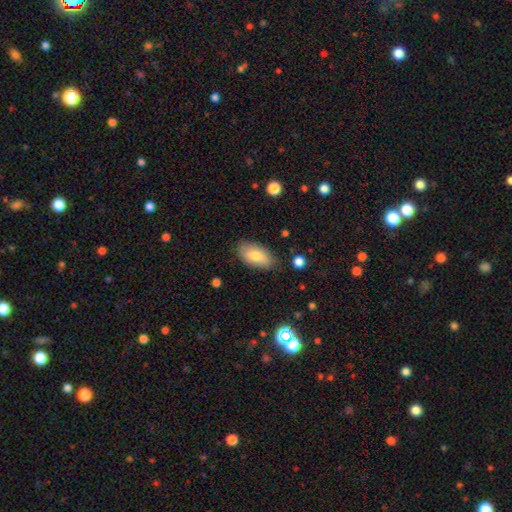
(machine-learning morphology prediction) Smooth or featured?
  - smooth: 77% *
  - featured or disk: 16%
  - star or artifact: 7%
How rounded?
  - in between: 93% *
  - cigar-shaped: 4%
  - round: 3%
Merging?
  - none: 81% *
  - minor disturbance: 15%
  - major disturbance: 3%
  - merger: 2%